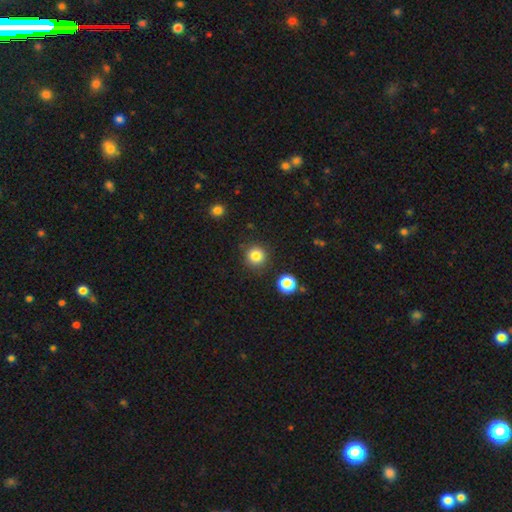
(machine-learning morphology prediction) Q: Smooth or featured?
A: smooth (84%); runner-up: star or artifact (11%)
Q: How rounded?
A: round (94%); runner-up: in between (5%)
Q: Merging?
A: none (87%); runner-up: minor disturbance (8%)